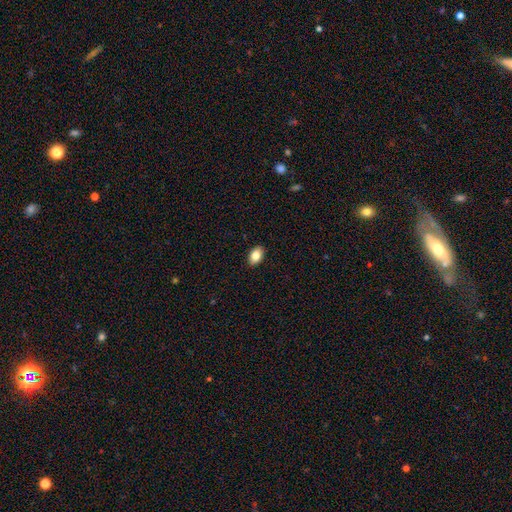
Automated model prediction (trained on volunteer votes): smooth_or_featured: smooth (p=0.83) [alt: featured or disk p=0.09]
how_rounded: in between (p=0.90) [alt: round p=0.09]
merging: none (p=0.90) [alt: minor disturbance p=0.07]